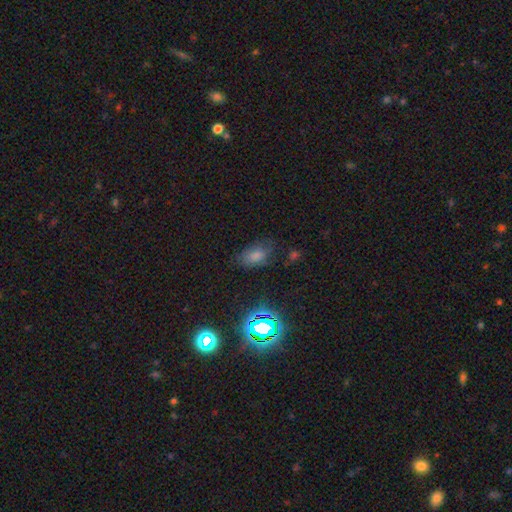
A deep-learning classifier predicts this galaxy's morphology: A smooth galaxy with no disk features (65%) that is in between round and cigar-shaped (88%).

Vote fractions:
- Smooth or featured? smooth: 65% / star or artifact: 22% / featured or disk: 13%
- How rounded? in between: 88% / round: 10% / cigar-shaped: 3%
- Merging? none: 65% / minor disturbance: 23% / major disturbance: 10% / merger: 2%